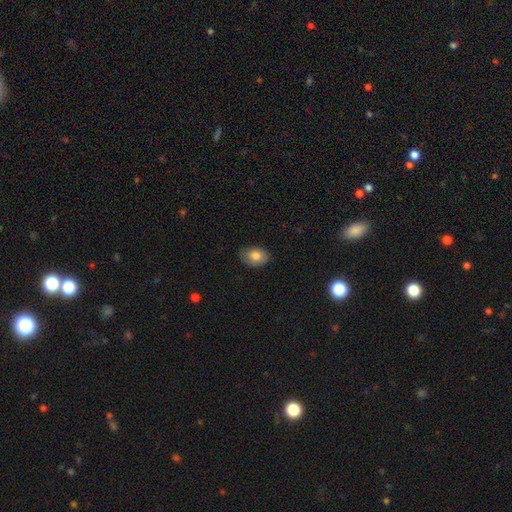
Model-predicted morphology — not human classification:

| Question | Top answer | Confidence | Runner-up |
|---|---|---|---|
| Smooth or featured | smooth | 80% | featured or disk (13%) |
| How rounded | in between | 80% | round (19%) |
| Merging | none | 79% | minor disturbance (17%) |